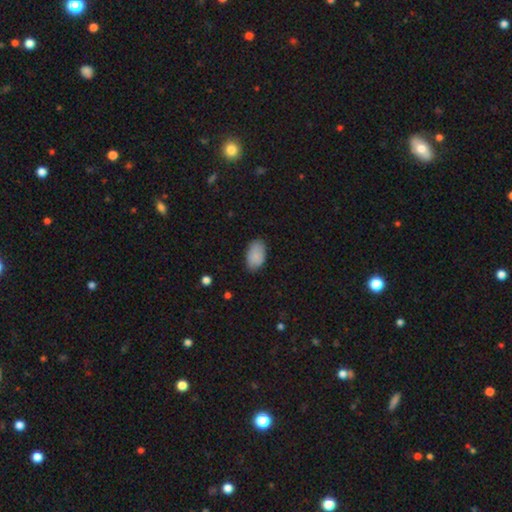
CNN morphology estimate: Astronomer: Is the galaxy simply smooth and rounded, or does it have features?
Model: smooth — 86%.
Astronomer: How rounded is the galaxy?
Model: in between — 93%.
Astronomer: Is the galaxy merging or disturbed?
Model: none — 79%.